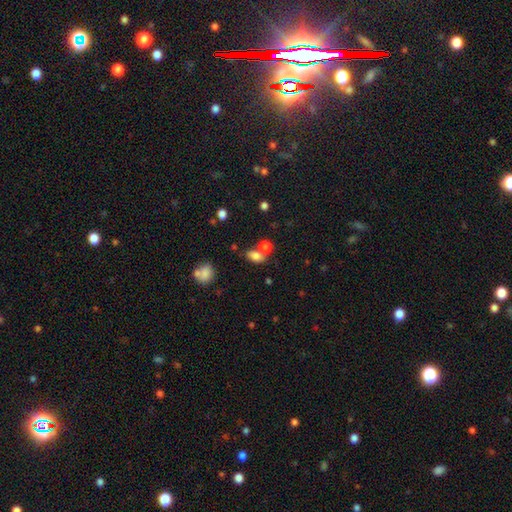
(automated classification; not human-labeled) Smooth or featured? smooth (78%)
How rounded? in between (82%)
Merging? none (51%)